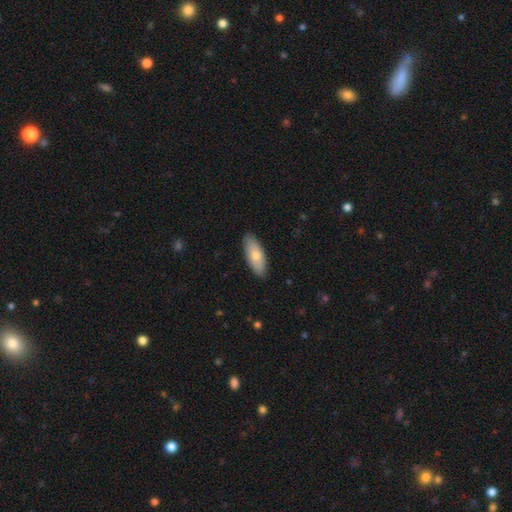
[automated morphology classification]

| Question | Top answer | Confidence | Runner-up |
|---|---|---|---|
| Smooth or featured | smooth | 76% | featured or disk (19%) |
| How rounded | in between | 75% | cigar-shaped (23%) |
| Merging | none | 87% | minor disturbance (10%) |